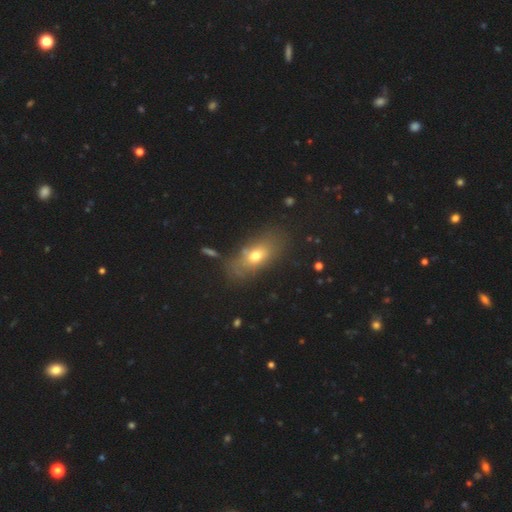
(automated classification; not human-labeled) Smooth or featured? smooth (65%)
How rounded? in between (78%)
Merging? none (68%)